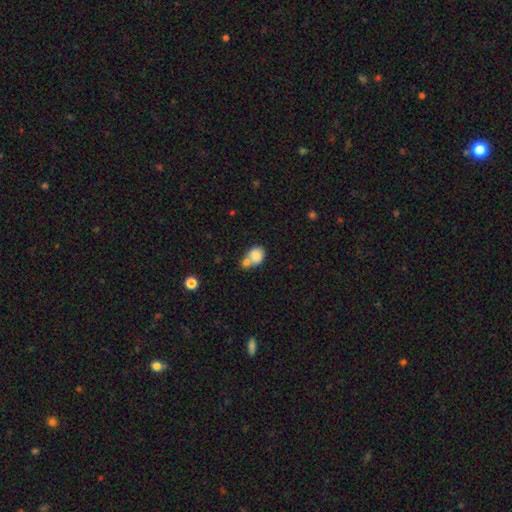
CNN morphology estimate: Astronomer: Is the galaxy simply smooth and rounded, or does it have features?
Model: smooth — 81%.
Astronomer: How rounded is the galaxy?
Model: round — 56% (runner-up: in between, 43%).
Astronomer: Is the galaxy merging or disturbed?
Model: merger — 50% (runner-up: none, 35%).